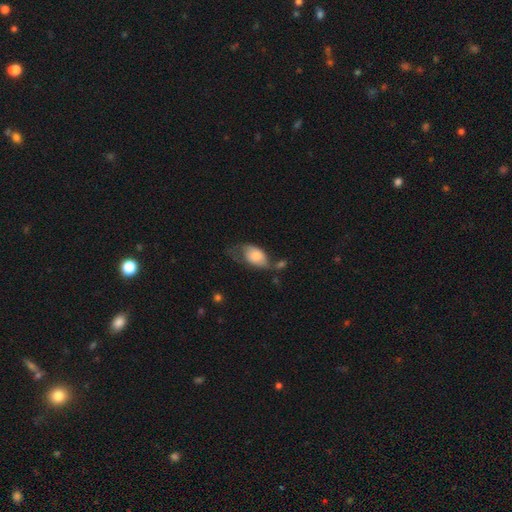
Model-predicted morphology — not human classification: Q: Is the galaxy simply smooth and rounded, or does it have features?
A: smooth — 67%.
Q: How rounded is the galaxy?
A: in between — 88%.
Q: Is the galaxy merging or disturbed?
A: minor disturbance — 30%, tied with none.